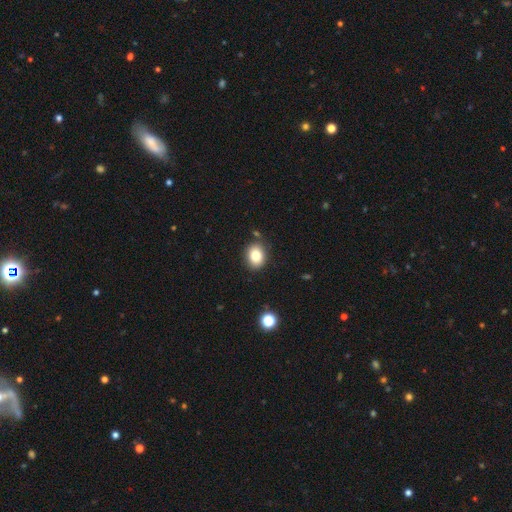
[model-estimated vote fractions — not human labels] Morphology: type=smooth (84%); roundness=in between (57%); merging=none (83%).